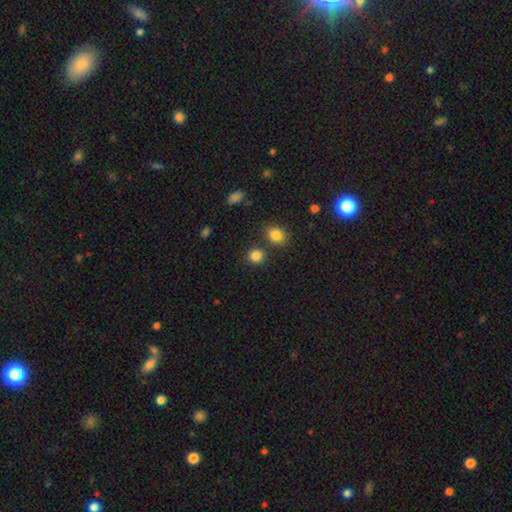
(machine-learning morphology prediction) This appears to be a smooth galaxy with no disk features (85%) that is round (85%). Merging: none (79%).